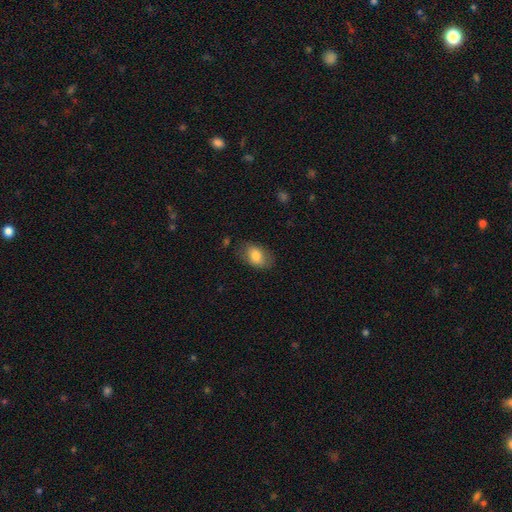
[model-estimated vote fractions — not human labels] The model was most divided on "merging": none: 75%, minor disturbance: 18%, major disturbance: 5%, merger: 1%. More confident: how rounded — in between (87%); smooth or featured — smooth (80%).